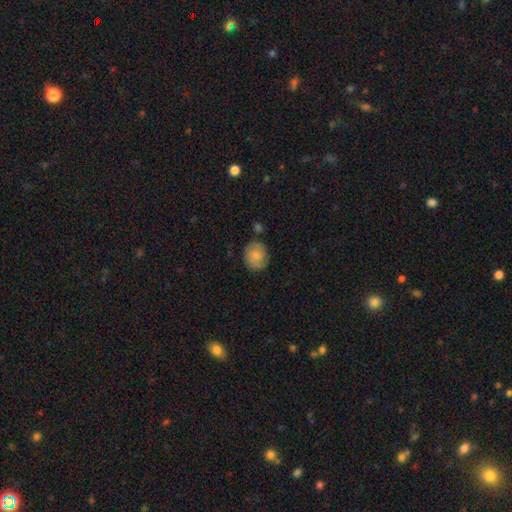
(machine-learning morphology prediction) Overall: smooth (65%; featured or disk 27%). How rounded: round (79%). Merging: none (77%).